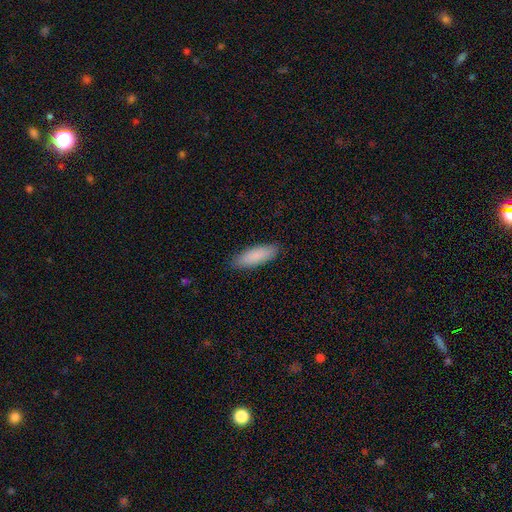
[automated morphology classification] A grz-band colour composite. It shows a smooth galaxy with no disk features (88%) that is in between round and cigar-shaped (59%). Merging: none (88%).